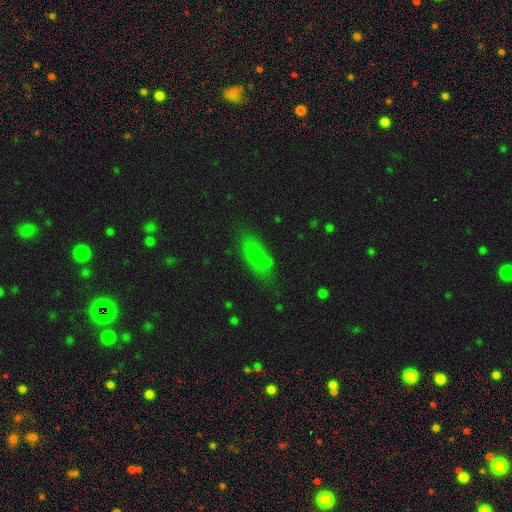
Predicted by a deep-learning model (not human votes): This is likely a smooth galaxy (68%). How rounded: likely in between (70%). Merging: likely none (67%).